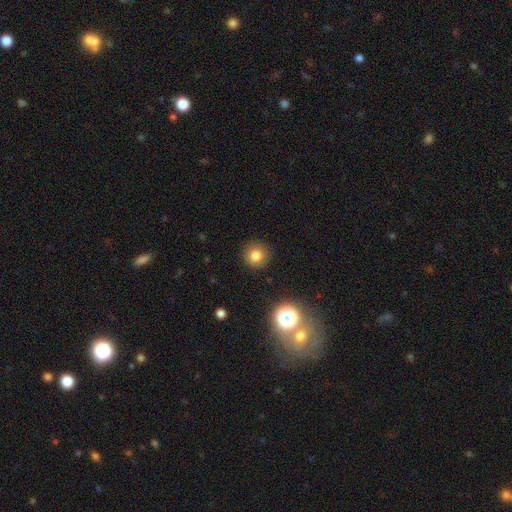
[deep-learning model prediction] Overall: smooth (80%). How rounded: round (94%). Merging: none (90%).